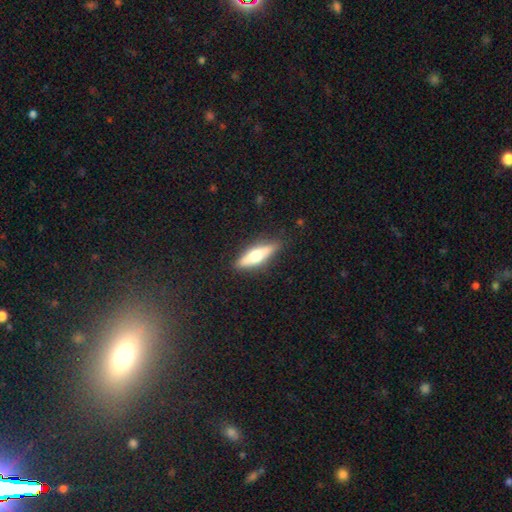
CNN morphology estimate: The model was most divided on "smooth or featured": smooth: 49%, featured or disk: 45%, star or artifact: 6%. More confident: merging — none (87%).